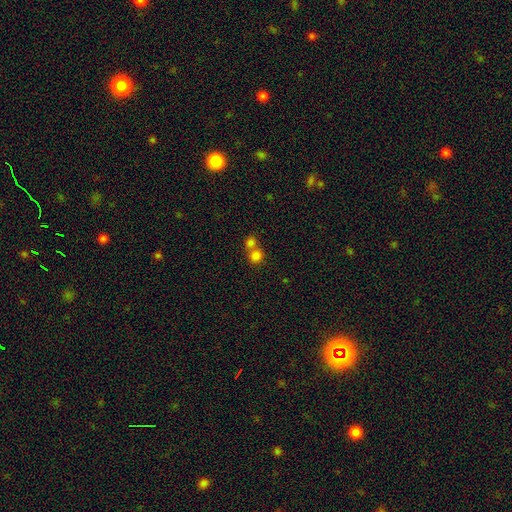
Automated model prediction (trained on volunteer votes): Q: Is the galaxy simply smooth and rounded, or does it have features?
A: smooth — 80%.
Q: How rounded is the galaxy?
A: round — 83%.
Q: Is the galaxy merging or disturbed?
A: merger — 51%.